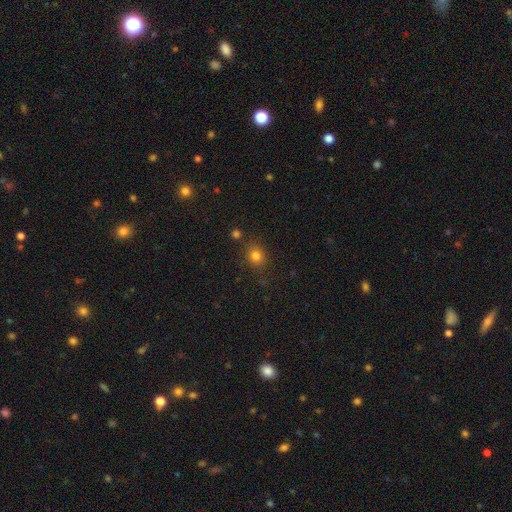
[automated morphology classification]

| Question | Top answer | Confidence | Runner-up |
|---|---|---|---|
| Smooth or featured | smooth | 81% | star or artifact (14%) |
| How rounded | round | 72% | in between (27%) |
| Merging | none | 81% | minor disturbance (11%) |